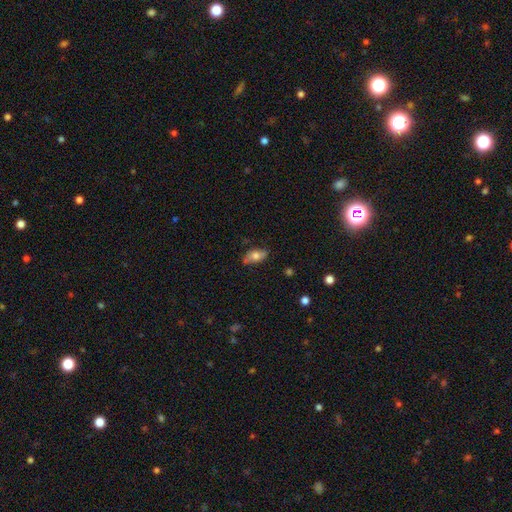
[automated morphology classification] This appears to be a smooth galaxy with no disk features (67%) that is in between round and cigar-shaped (85%). Merging: none (76%).